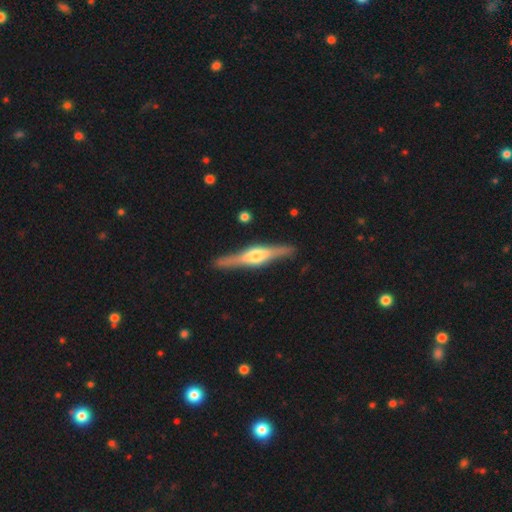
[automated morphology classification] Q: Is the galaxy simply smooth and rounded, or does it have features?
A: featured or disk — 78%.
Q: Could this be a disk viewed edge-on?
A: yes — 97%.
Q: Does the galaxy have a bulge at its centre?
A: rounded — 86%.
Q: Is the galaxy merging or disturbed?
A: none — 89%.